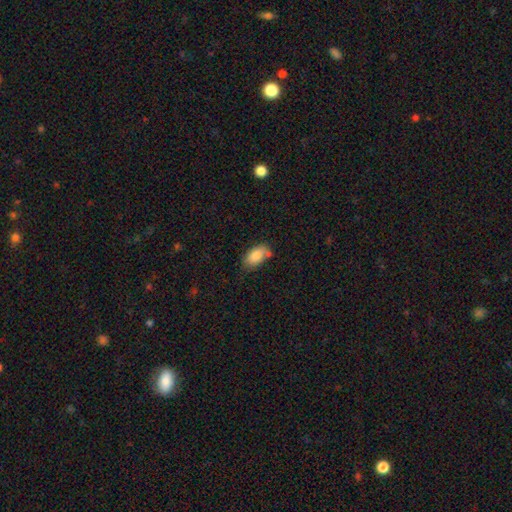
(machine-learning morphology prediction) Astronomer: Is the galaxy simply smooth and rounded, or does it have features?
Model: smooth — 84%.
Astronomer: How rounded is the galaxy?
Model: in between — 92%.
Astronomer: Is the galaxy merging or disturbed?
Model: none — 58%.